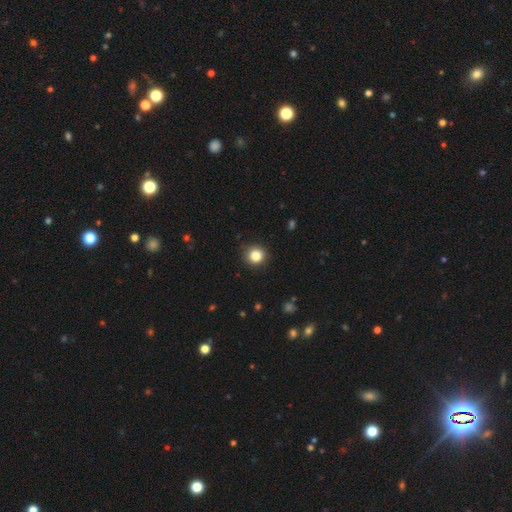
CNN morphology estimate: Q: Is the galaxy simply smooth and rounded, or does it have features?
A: smooth — 84%.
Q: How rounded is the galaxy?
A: round — 91%.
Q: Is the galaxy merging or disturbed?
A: none — 88%.